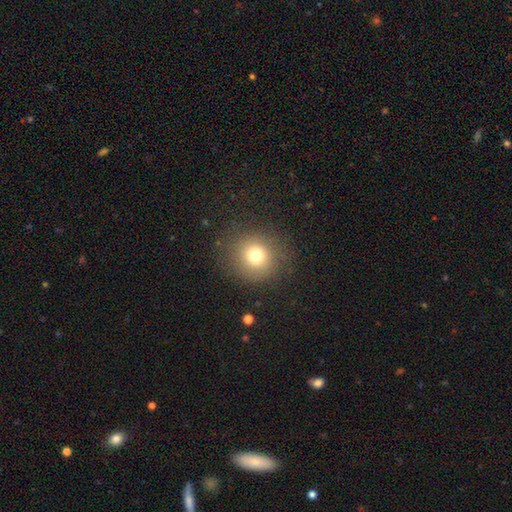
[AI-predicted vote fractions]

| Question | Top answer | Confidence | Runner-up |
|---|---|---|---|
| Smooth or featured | smooth | 74% | star or artifact (15%) |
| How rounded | round | 90% | in between (9%) |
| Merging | none | 84% | minor disturbance (9%) |